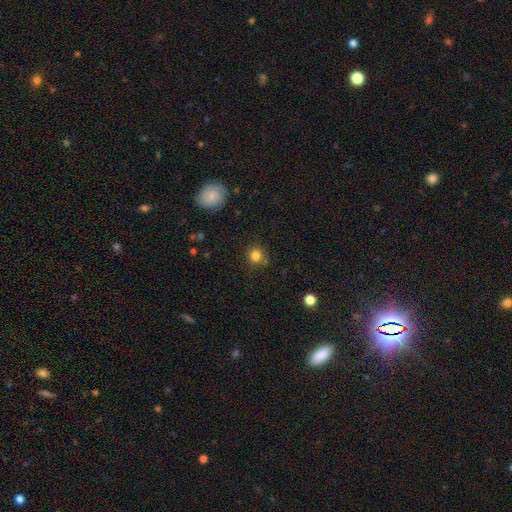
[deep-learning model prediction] Smooth or featured? Predicted: smooth (p=0.82). How rounded? Predicted: round (p=0.92). Merging? Predicted: none (p=0.84).